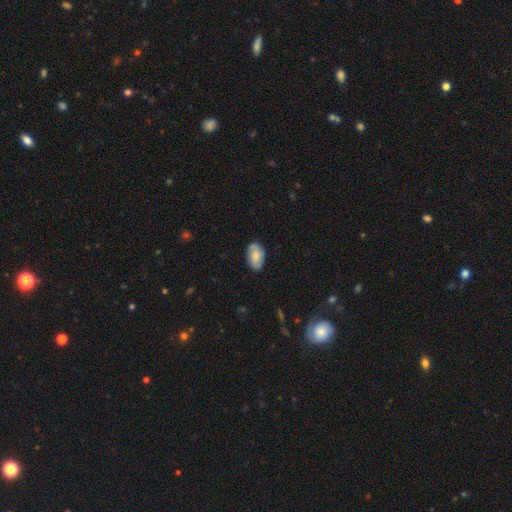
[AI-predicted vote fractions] Smooth or featured: smooth — 55% (featured or disk — 38%)
How rounded: in between — 92% (round — 6%)
Merging: none — 80% (minor disturbance — 16%)